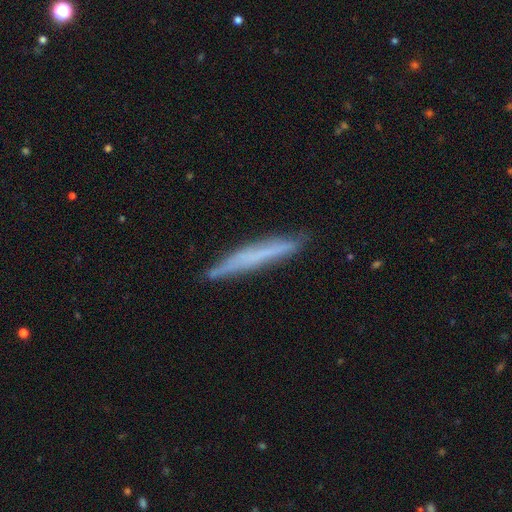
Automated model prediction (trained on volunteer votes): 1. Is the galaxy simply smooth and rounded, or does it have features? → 49% smooth, 43% featured or disk, 7% star or artifact.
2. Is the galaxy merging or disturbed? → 81% none, 14% minor disturbance, 3% major disturbance, 2% merger.